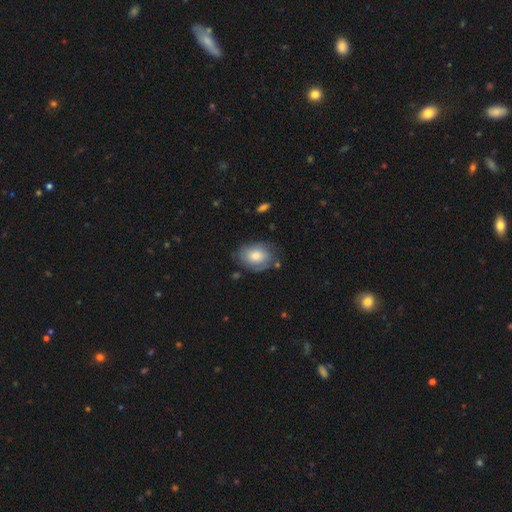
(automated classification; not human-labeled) Overall: smooth (66%; featured or disk 27%). How rounded: in between (72%). Merging: none (70%).